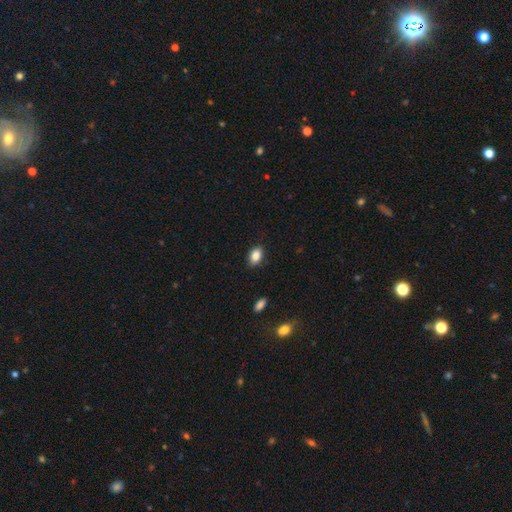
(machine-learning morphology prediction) This appears to be a smooth galaxy with no disk features (86%) that is in between round and cigar-shaped (86%). Merging: none (86%).